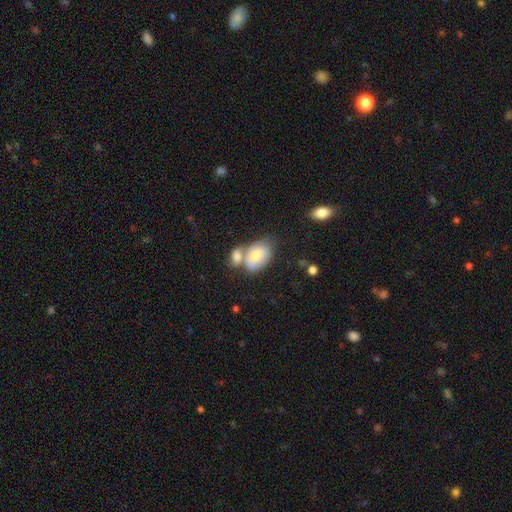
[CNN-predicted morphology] Overall: smooth (72%). How rounded: in between (85%). Merging: merger (53%; none 25%).